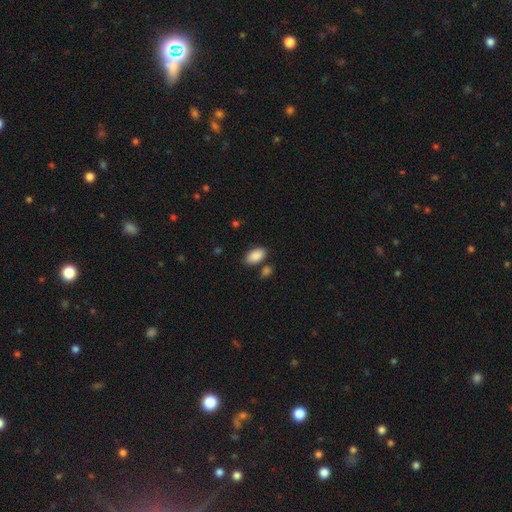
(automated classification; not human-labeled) This appears to be a smooth galaxy with no disk features (89%) that is in between round and cigar-shaped (94%). Merging: none (74%).